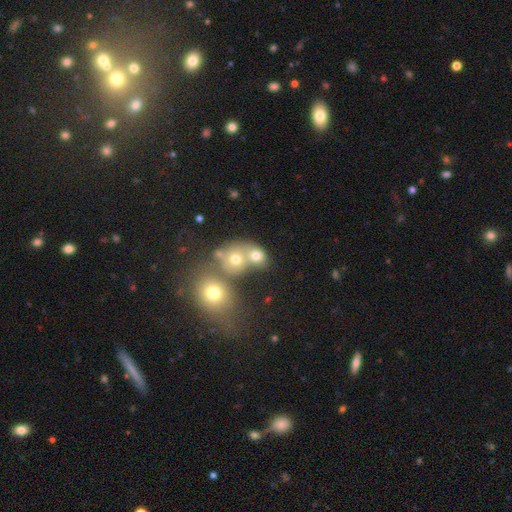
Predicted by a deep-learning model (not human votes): Morphology: type=smooth (69%); roundness=round (69%); merging=merger (47%).